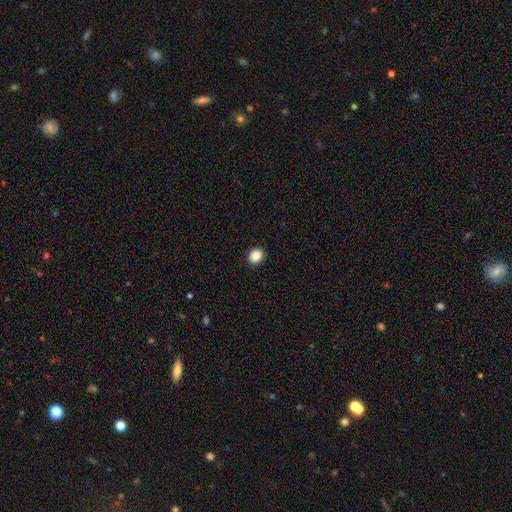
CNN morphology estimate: Overall: smooth (88%). How rounded: round (64%; in between 36%). Merging: none (92%).